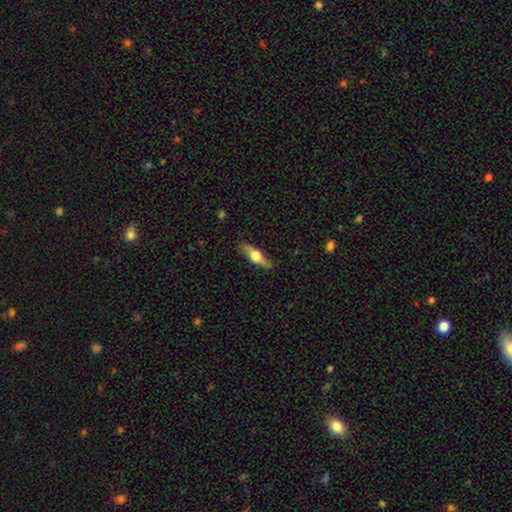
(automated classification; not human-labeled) This appears to be a featured or disk galaxy (58%) viewed edge-on (87%) with a rounded central bulge (94%). Merging: none (82%).